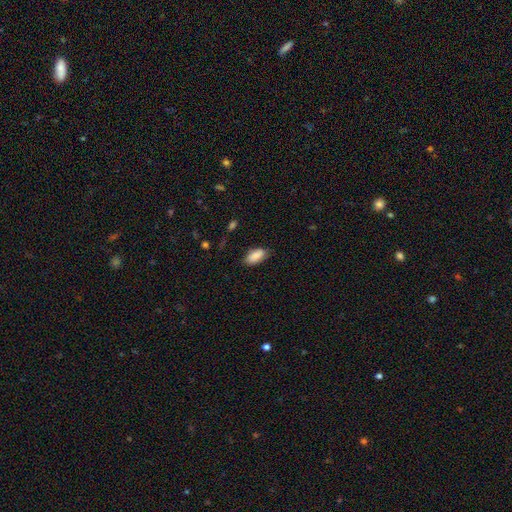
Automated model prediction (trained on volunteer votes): Smooth or featured? Predicted: smooth (p=0.85). How rounded? Predicted: in between (p=0.92). Merging? Predicted: none (p=0.78).